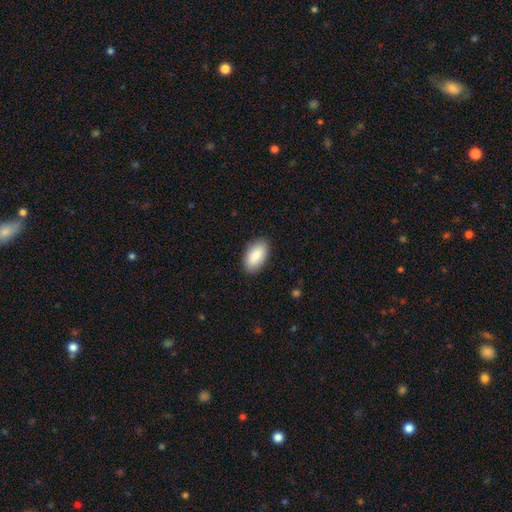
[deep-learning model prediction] The model was most divided on "merging": none: 88%, minor disturbance: 9%, major disturbance: 2%, merger: 1%. More confident: how rounded — in between (95%); smooth or featured — smooth (88%).